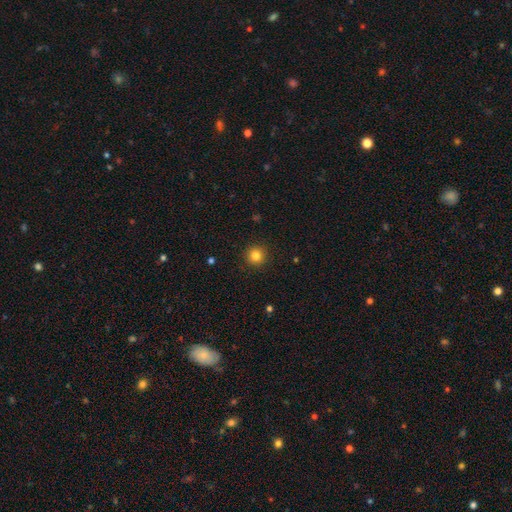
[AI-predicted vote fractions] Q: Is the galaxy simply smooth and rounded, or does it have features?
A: smooth — 83%.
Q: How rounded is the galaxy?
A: round — 95%.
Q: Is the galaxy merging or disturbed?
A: none — 92%.